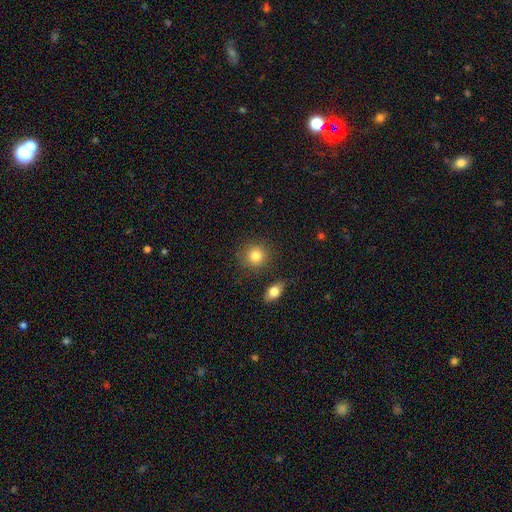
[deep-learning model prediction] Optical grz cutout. It shows a smooth galaxy with no disk features (83%) that is round (86%). Merging: none (82%).